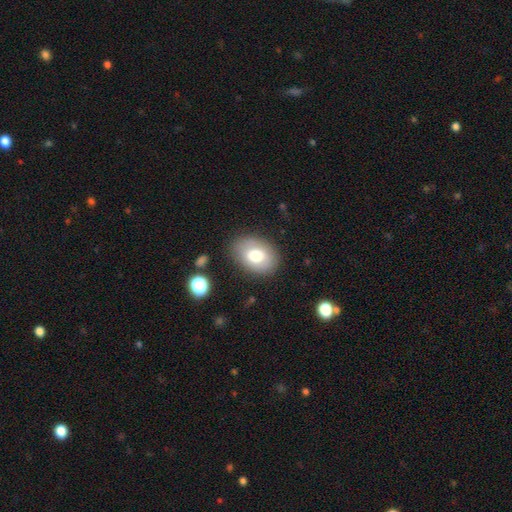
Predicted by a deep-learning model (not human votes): Morphology: type=smooth (72%); roundness=in between (78%); merging=none (81%).